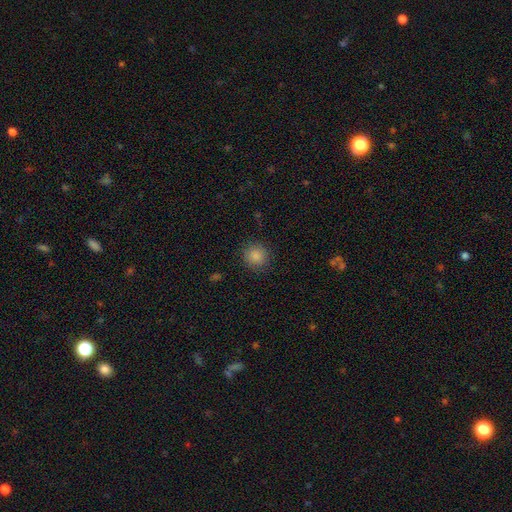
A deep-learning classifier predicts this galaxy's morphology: Overall: smooth (87%). How rounded: round (92%). Merging: none (89%).